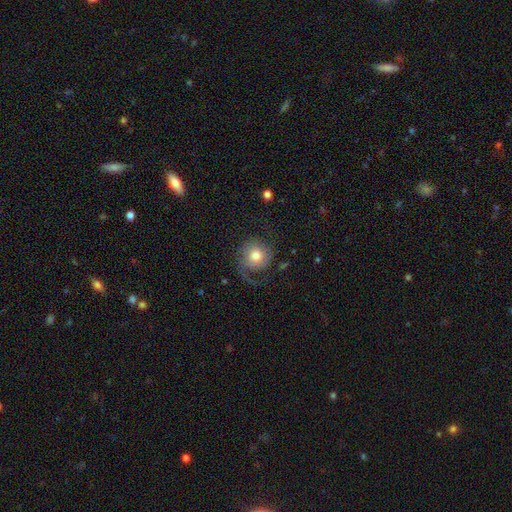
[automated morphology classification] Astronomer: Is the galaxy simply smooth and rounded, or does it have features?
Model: smooth — 54% (runner-up: featured or disk, 38%).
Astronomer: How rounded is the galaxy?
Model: round — 86%.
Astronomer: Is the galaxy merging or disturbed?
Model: none — 54%.